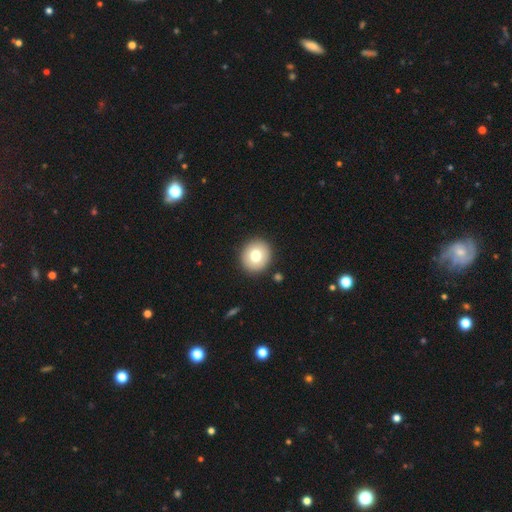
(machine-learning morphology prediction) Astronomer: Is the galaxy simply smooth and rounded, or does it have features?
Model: smooth — 74%.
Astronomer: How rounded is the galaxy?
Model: round — 88%.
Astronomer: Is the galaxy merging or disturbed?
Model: none — 90%.